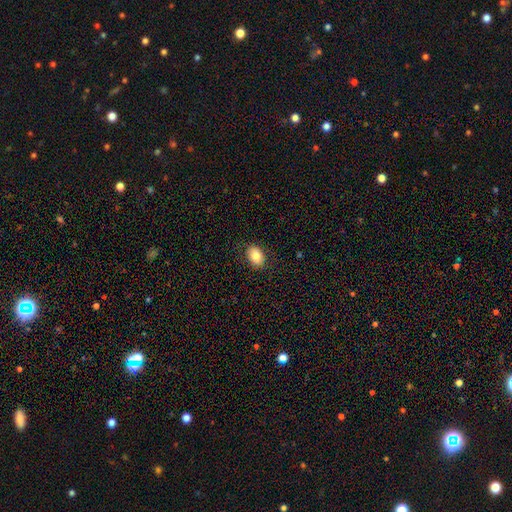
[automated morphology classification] type=smooth (82%); roundness=in between (78%); merging=none (86%).